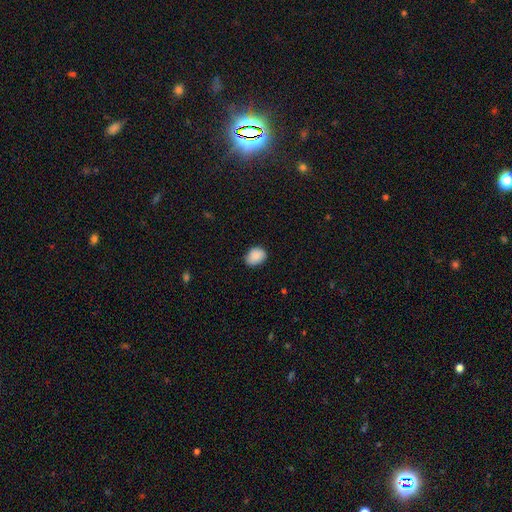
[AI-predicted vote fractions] Smooth or featured? smooth (89%)
How rounded? in between (63%)
Merging? none (80%)